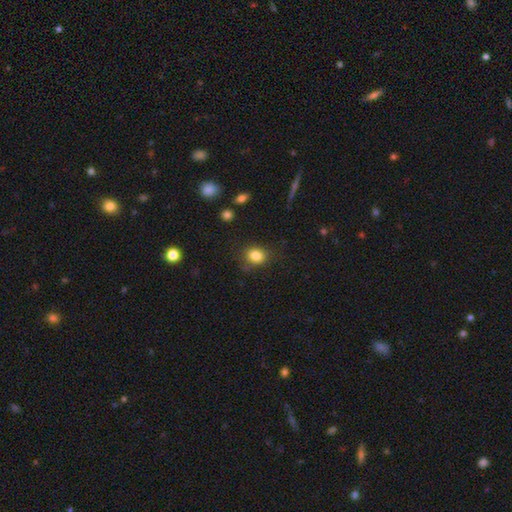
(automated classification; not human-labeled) Smooth or featured? smooth (83%)
How rounded? round (55%)
Merging? none (74%)